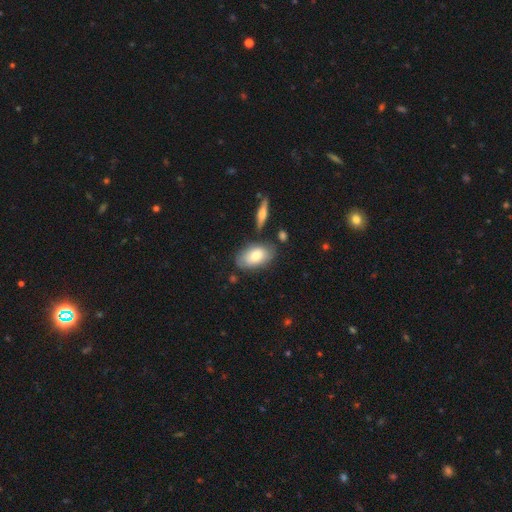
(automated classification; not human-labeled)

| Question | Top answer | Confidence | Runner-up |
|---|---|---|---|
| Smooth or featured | smooth | 71% | featured or disk (23%) |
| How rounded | in between | 93% | round (5%) |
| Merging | none | 70% | minor disturbance (18%) |